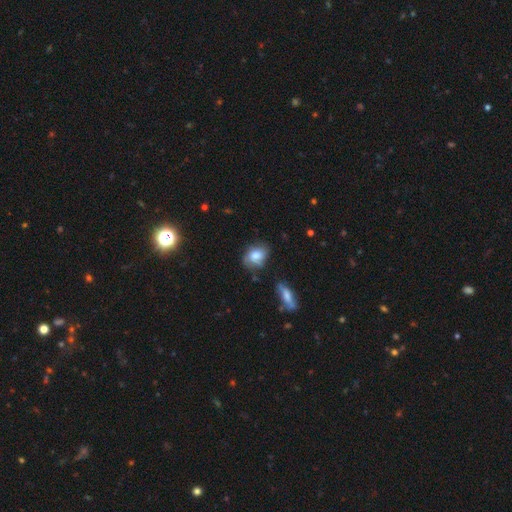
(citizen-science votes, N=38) Overall: smooth (58%; featured or disk 34%). How rounded: in between (68%; round 32%). Merging: none (37%; minor disturbance 29%).